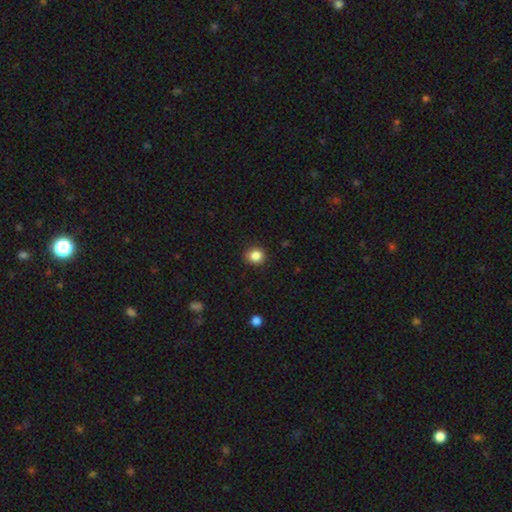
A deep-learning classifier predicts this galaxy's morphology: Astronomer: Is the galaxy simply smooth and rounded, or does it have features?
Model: smooth — 85%.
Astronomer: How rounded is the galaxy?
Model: round — 85%.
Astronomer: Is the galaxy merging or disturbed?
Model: none — 89%.